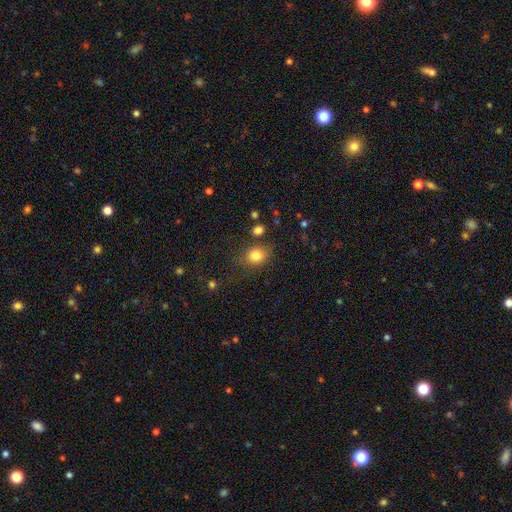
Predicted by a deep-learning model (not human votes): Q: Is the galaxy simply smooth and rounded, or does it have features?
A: smooth — 81%.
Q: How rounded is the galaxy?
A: round — 58%.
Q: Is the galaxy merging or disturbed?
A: none — 72%.